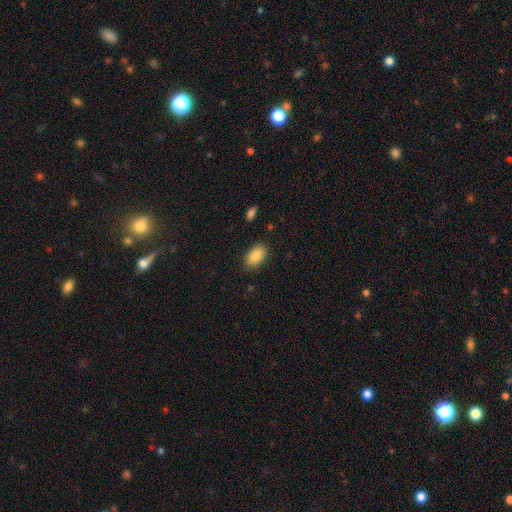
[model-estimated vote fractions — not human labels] Morphology: type=smooth (86%); roundness=in between (93%); merging=none (86%).